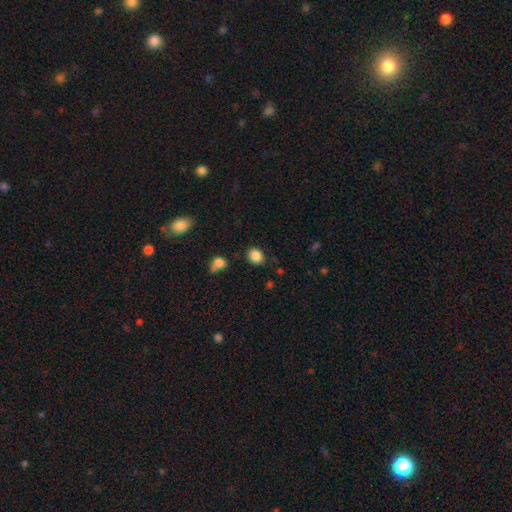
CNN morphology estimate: A smooth galaxy with no disk features (86%) that is round (65%). Merging: none (84%).